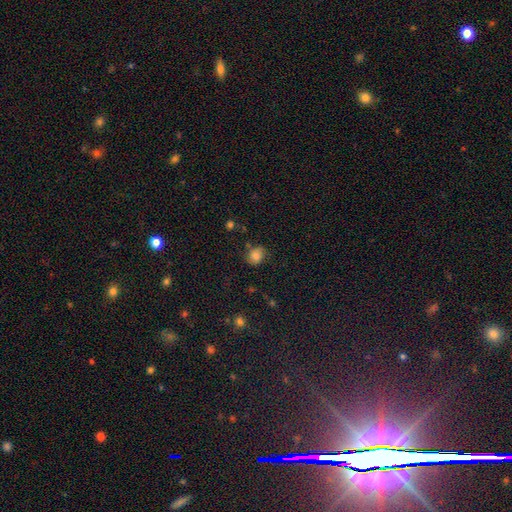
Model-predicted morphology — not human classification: Overall: smooth (79%). How rounded: round (57%; in between 42%). Merging: none (73%).